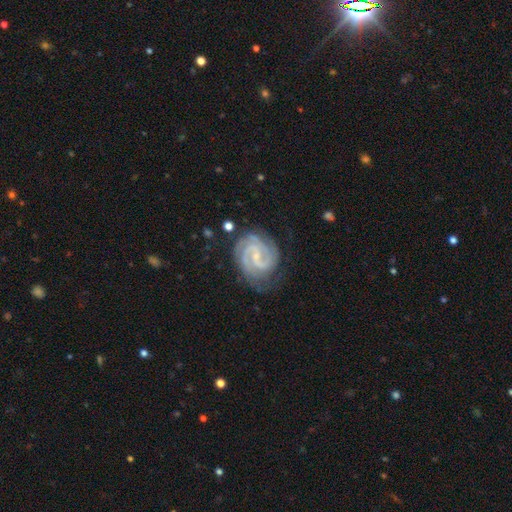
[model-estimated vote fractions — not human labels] This appears to be a featured or disk galaxy (91%) with a weak bar (50%), 2 (55%) tight (65%) spiral arms (99%) and a small central bulge (73%). Merging: none (75%).